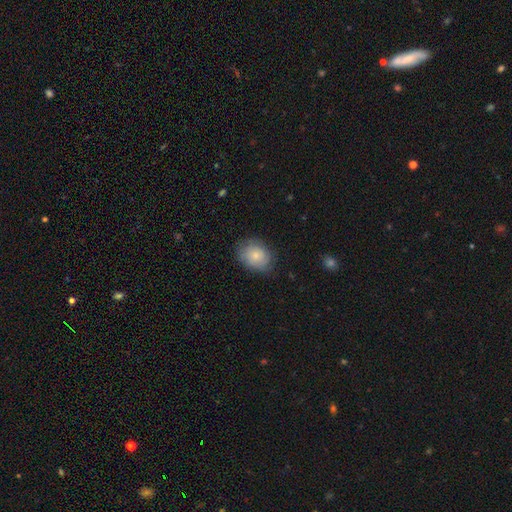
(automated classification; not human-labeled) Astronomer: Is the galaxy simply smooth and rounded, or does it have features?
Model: smooth — 70%.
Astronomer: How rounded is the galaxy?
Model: in between — 56% (runner-up: round, 43%).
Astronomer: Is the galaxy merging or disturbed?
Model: none — 74%.